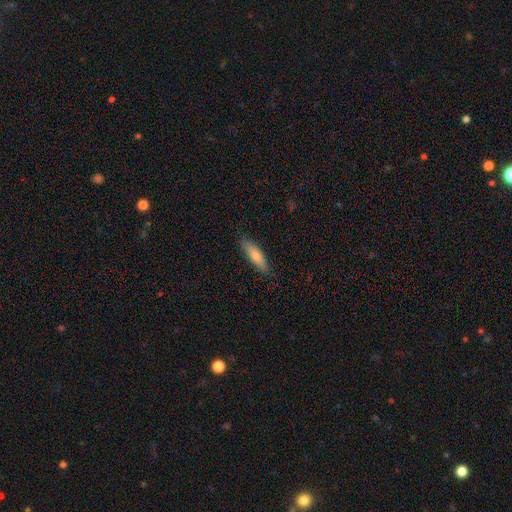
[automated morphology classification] Smooth or featured?
  - smooth: 77% *
  - featured or disk: 17%
  - star or artifact: 6%
How rounded?
  - cigar-shaped: 57% *
  - in between: 42%
  - round: 2%
Merging?
  - none: 83% *
  - minor disturbance: 14%
  - major disturbance: 2%
  - merger: 1%